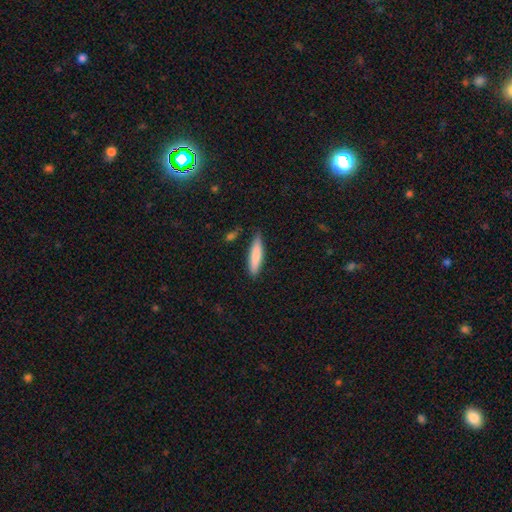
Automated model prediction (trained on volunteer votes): This is clearly a smooth galaxy (83%). How rounded: likely cigar-shaped (79%). Merging: clearly none (81%).